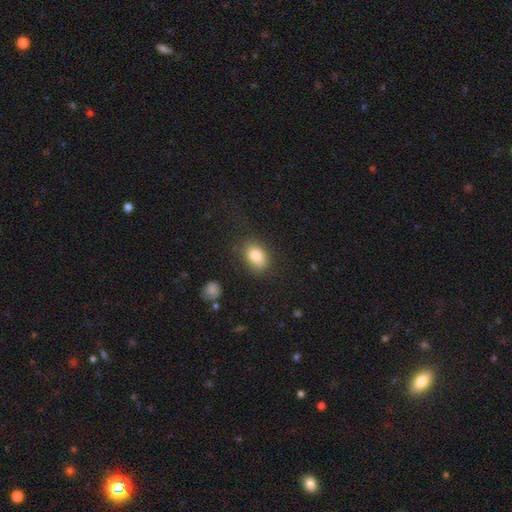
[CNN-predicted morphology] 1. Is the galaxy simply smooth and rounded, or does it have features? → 82% smooth, 9% featured or disk, 9% star or artifact.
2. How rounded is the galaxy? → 77% in between, 22% round, 1% cigar-shaped.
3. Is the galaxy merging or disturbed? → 76% none, 17% minor disturbance, 5% major disturbance, 2% merger.